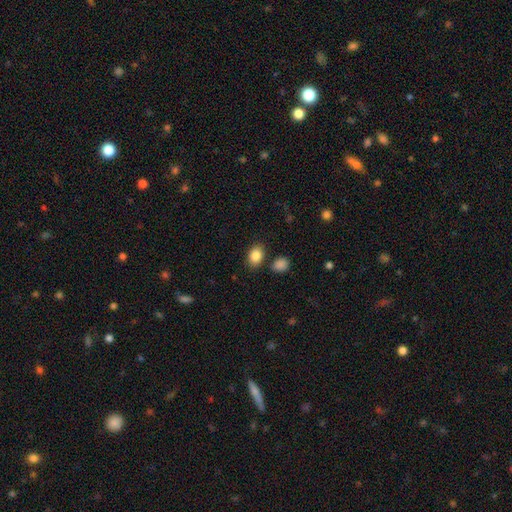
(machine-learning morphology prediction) Smooth or featured: smooth — 86% (star or artifact — 8%)
How rounded: in between — 72% (round — 27%)
Merging: none — 81% (minor disturbance — 10%)